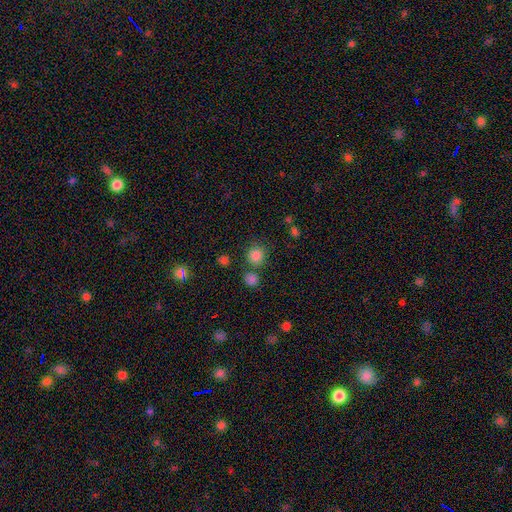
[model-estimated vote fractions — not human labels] Q: Smooth or featured?
A: smooth (82%); runner-up: star or artifact (13%)
Q: How rounded?
A: round (90%); runner-up: in between (9%)
Q: Merging?
A: none (73%); runner-up: merger (14%)